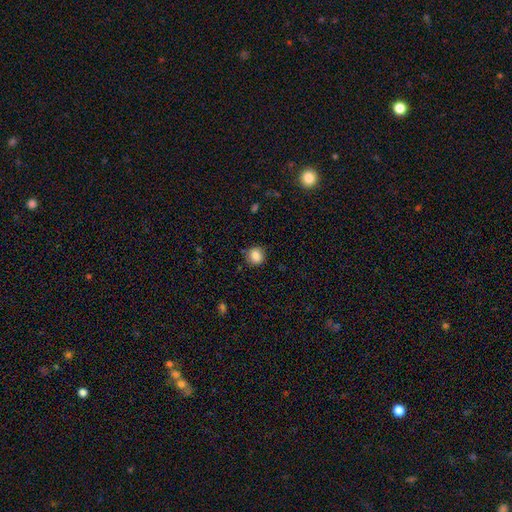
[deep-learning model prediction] Morphology: type=smooth (86%); roundness=round (83%); merging=none (83%).